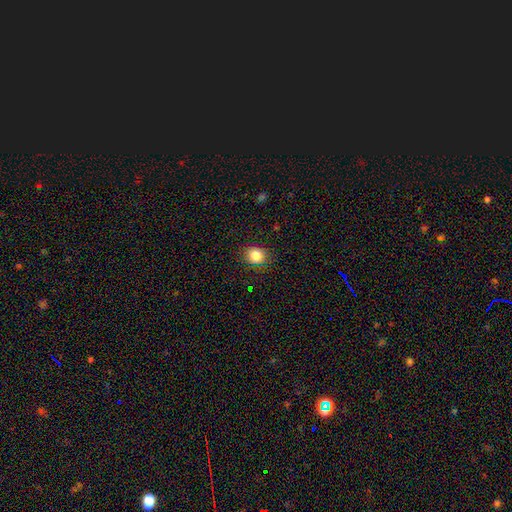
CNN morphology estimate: Overall: smooth (84%). How rounded: round (78%). Merging: none (88%).